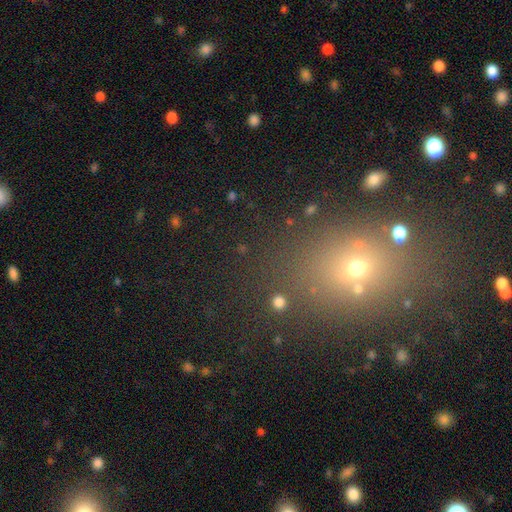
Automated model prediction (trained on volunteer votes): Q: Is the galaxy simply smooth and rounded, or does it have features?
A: smooth — 46%.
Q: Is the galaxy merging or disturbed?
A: none — 80%.